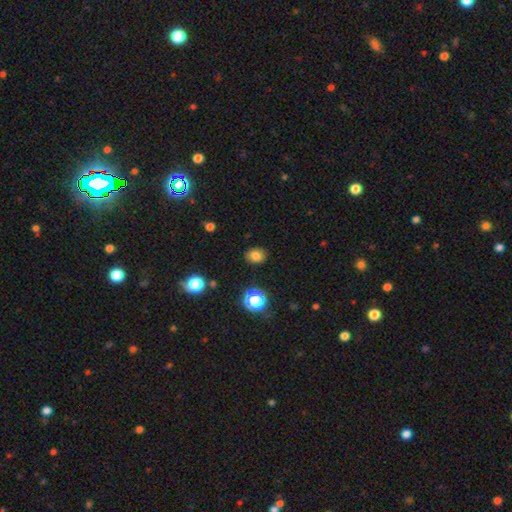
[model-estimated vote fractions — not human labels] A smooth galaxy with no disk features (81%) that is round (51%). Merging: none (87%).